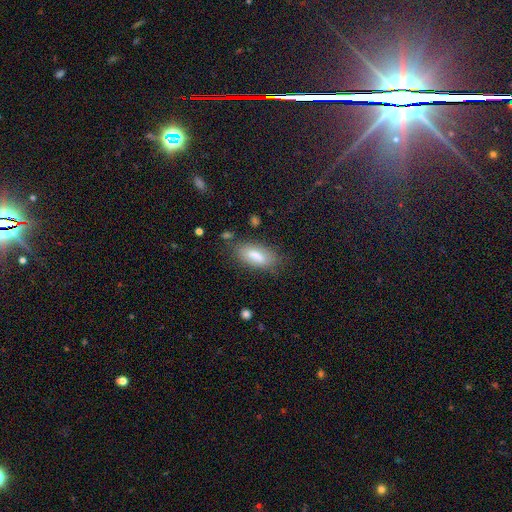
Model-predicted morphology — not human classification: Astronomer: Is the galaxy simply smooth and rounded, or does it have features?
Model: smooth — 78%.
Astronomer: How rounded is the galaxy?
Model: in between — 80%.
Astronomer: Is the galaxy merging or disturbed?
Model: none — 73%.